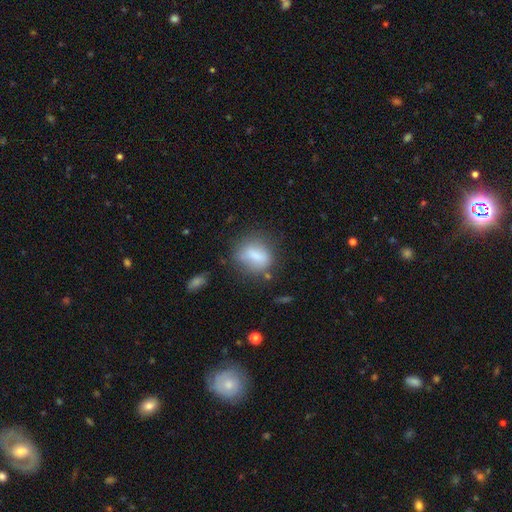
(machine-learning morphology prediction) type=smooth (74%); roundness=in between (55%); merging=none (60%).